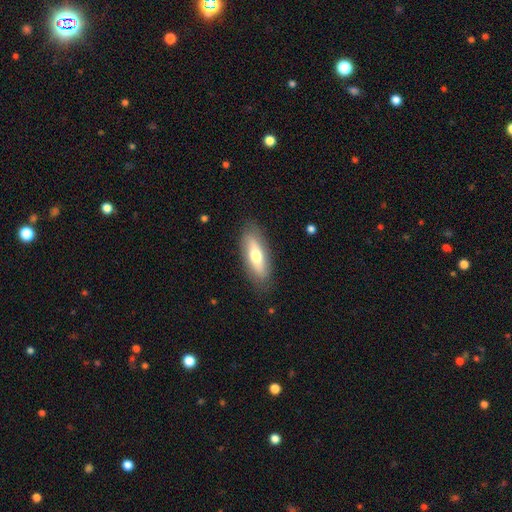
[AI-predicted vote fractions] Smooth or featured: smooth — 62% (featured or disk — 32%)
How rounded: in between — 66% (cigar-shaped — 31%)
Merging: none — 84% (minor disturbance — 12%)